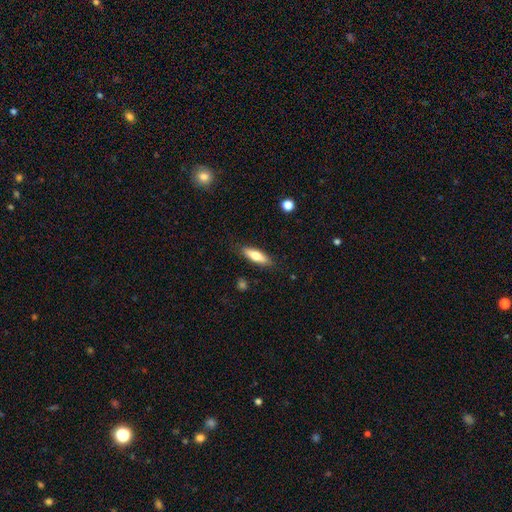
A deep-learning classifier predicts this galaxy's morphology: smooth-or-featured: smooth: 67% | featured or disk: 27% | star or artifact: 6%
  how-rounded: cigar-shaped: 52% | in between: 45% | round: 2%
  merging: none: 85% | minor disturbance: 11% | major disturbance: 2% | merger: 1%